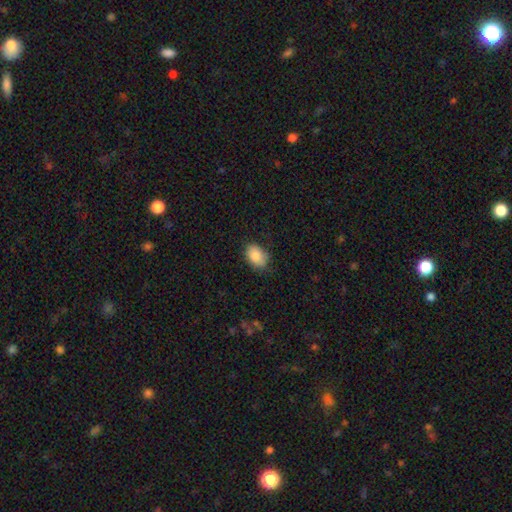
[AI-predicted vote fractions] Smooth or featured? Predicted: smooth (p=0.85). How rounded? Predicted: in between (p=0.83). Merging? Predicted: none (p=0.70).